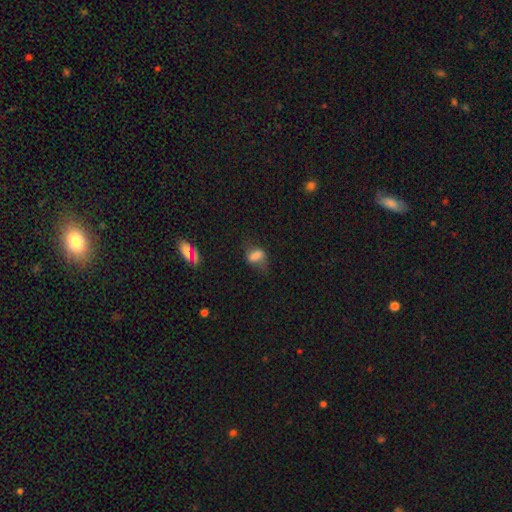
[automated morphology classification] Overall: smooth (66%). How rounded: in between (79%). Merging: none (45%; minor disturbance 29%).